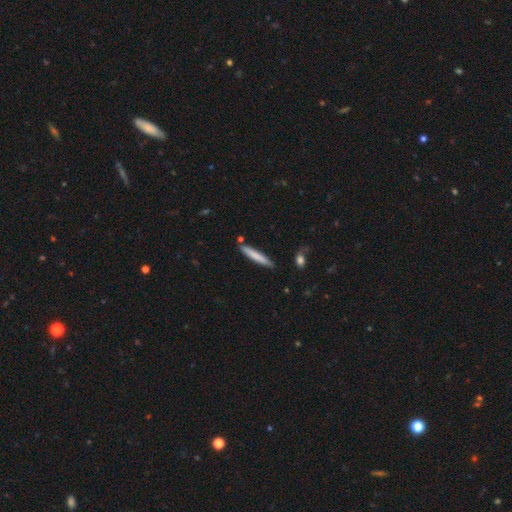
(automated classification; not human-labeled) Overall: smooth (75%). How rounded: cigar-shaped (94%). Merging: none (84%).